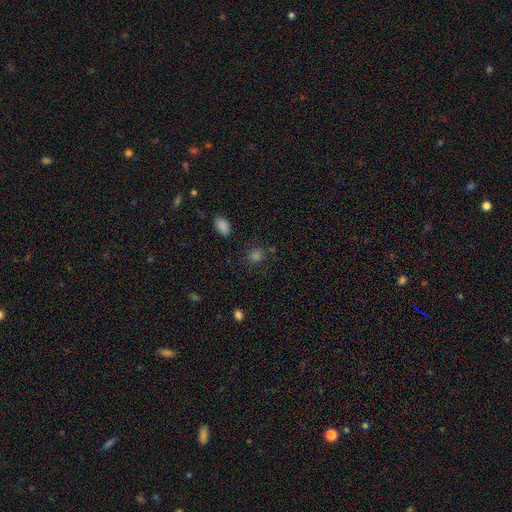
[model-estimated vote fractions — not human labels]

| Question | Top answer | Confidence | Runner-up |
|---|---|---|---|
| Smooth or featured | smooth | 71% | star or artifact (23%) |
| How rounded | round | 66% | in between (33%) |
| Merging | none | 76% | minor disturbance (14%) |